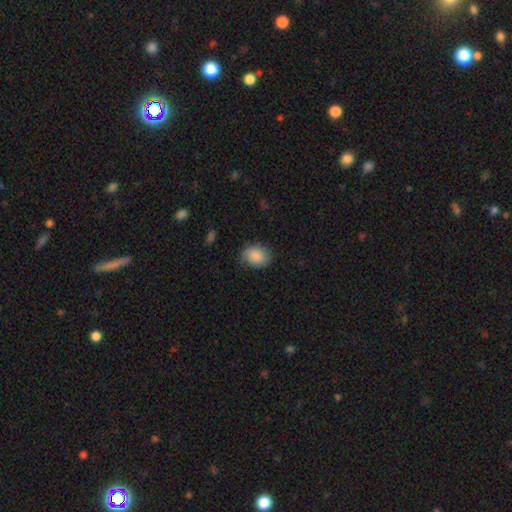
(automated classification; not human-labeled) Smooth or featured? Predicted: smooth (p=0.89). How rounded? Predicted: in between (p=0.59). Merging? Predicted: none (p=0.80).